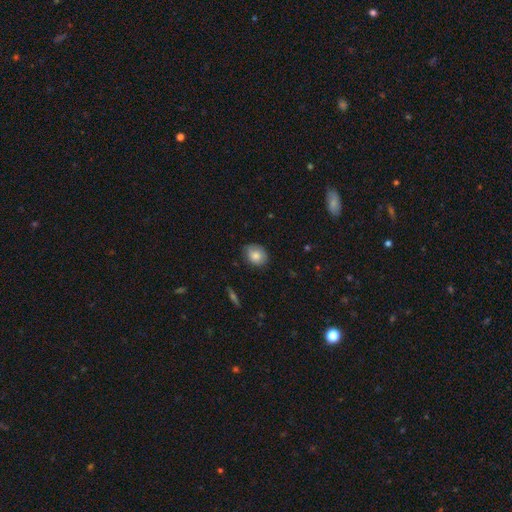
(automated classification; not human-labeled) This is clearly a smooth galaxy (82%). How rounded: possibly in between (52%). Merging: likely none (78%).